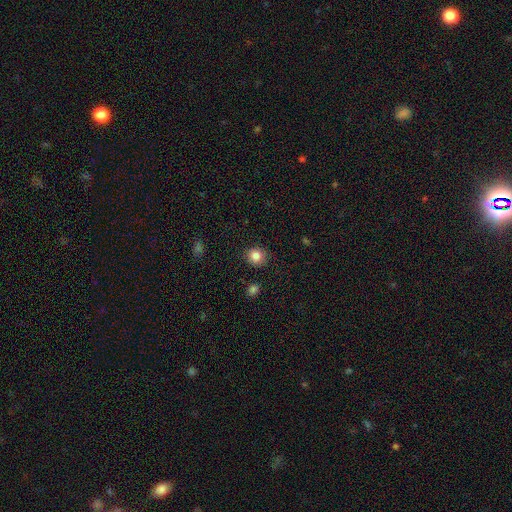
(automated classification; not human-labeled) Smooth or featured?
  - smooth: 84% *
  - star or artifact: 11%
  - featured or disk: 6%
How rounded?
  - round: 87% *
  - in between: 12%
  - cigar-shaped: 1%
Merging?
  - none: 89% *
  - minor disturbance: 8%
  - major disturbance: 2%
  - merger: 1%